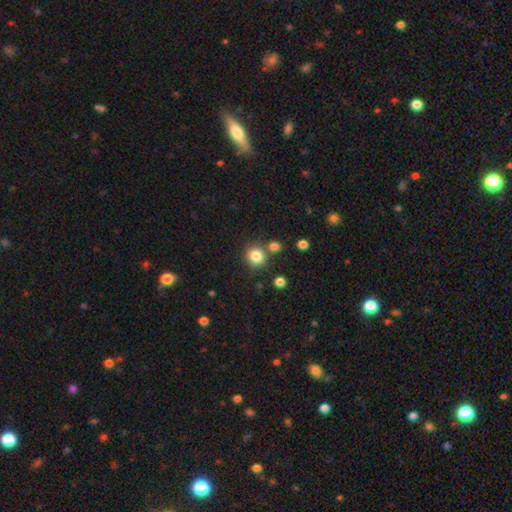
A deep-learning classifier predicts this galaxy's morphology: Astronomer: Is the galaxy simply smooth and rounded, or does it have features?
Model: smooth — 82%.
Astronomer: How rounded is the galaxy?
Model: round — 85%.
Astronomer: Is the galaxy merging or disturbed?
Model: none — 73%.